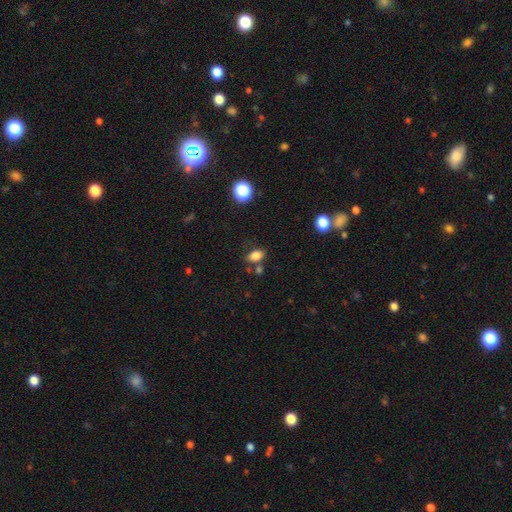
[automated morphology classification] Smooth or featured? Predicted: smooth (p=0.82). How rounded? Predicted: in between (p=0.85). Merging? Predicted: none (p=0.69).